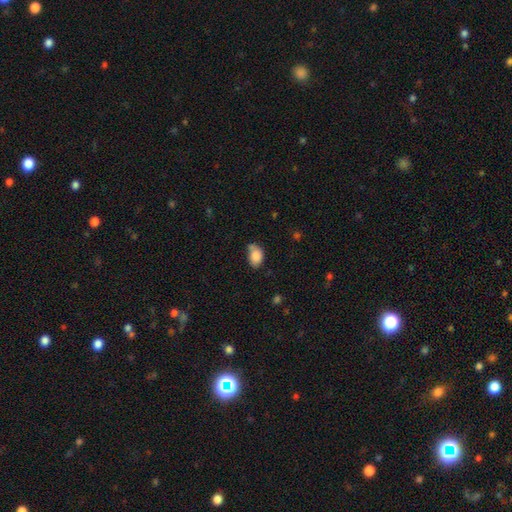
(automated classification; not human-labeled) Smooth or featured: smooth — 85% (star or artifact — 8%)
How rounded: in between — 81% (round — 18%)
Merging: none — 48% (minor disturbance — 32%)